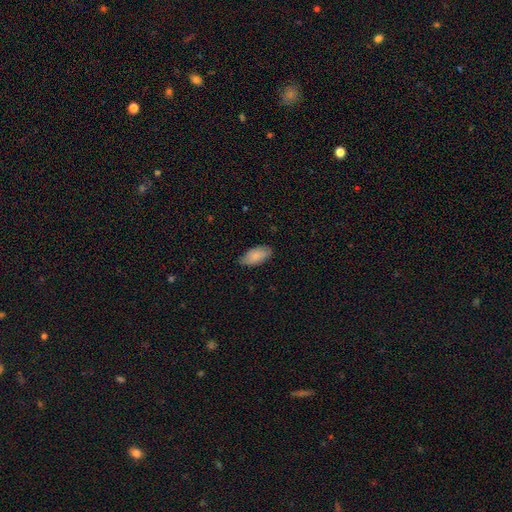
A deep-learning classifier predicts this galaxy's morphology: This appears to be a smooth galaxy with no disk features (84%) that is in between round and cigar-shaped (92%). Merging: none (77%).